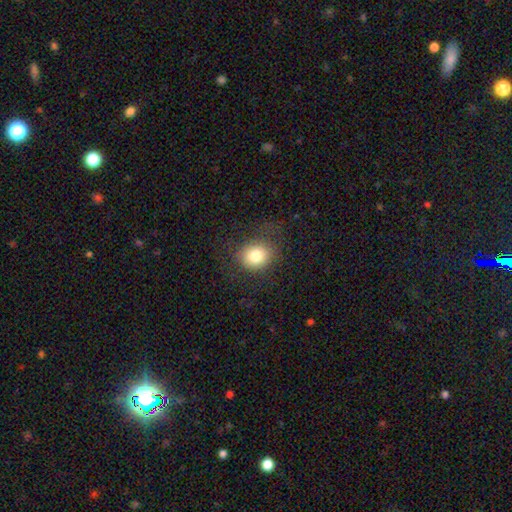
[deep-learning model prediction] Smooth or featured?
  - smooth: 79% *
  - star or artifact: 11%
  - featured or disk: 10%
How rounded?
  - round: 66% *
  - in between: 33%
  - cigar-shaped: 1%
Merging?
  - none: 78% *
  - minor disturbance: 14%
  - major disturbance: 8%
  - merger: 1%